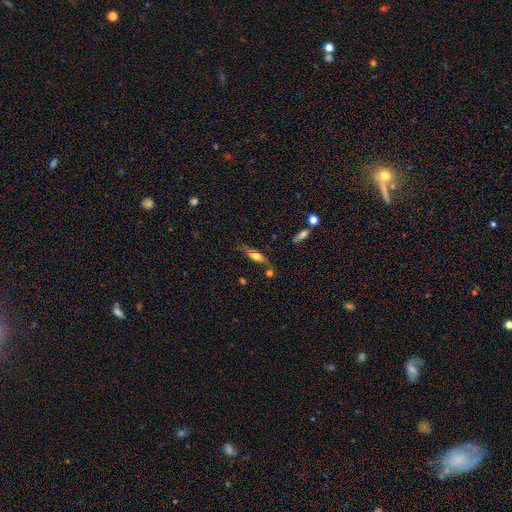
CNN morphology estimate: Smooth or featured? smooth (52%)
How rounded? cigar-shaped (54%)
Merging? none (63%)